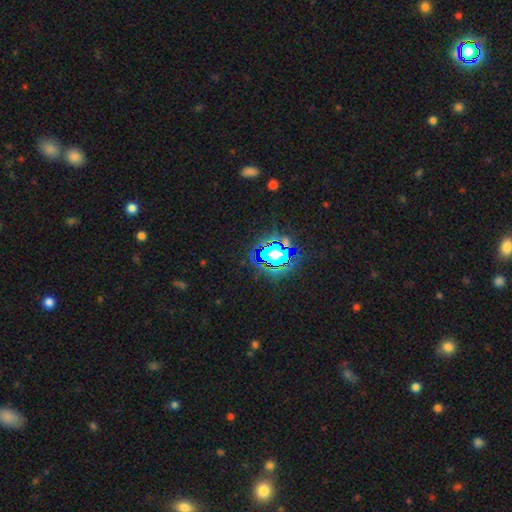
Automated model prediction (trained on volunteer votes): star or artifact 81%, smooth 12%, featured or disk 7%.